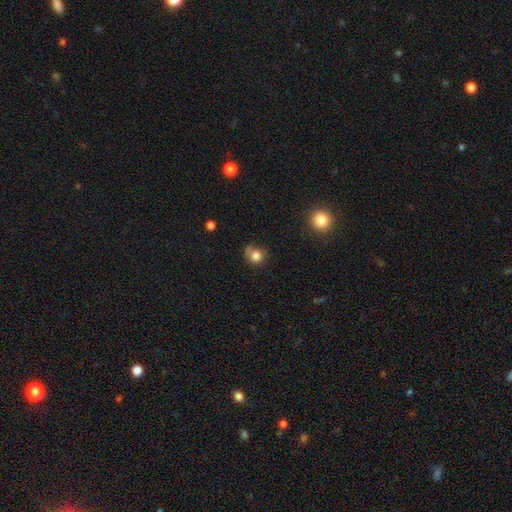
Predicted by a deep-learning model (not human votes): Q: Smooth or featured?
A: smooth (80%); runner-up: star or artifact (12%)
Q: How rounded?
A: round (80%); runner-up: in between (19%)
Q: Merging?
A: none (55%); runner-up: minor disturbance (26%)